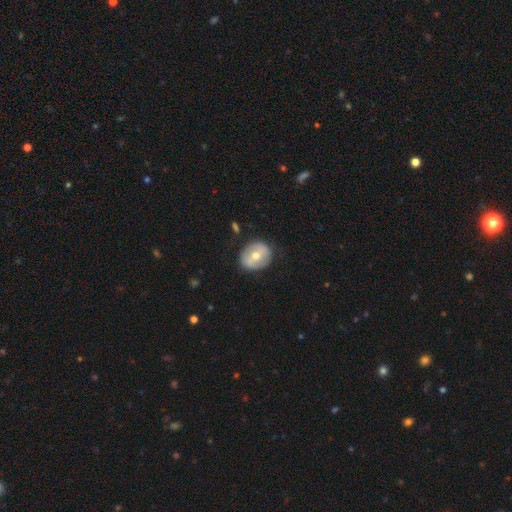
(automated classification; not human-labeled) featured or disk 50%, smooth 44%, star or artifact 6%. Down the decision tree: edge-on disk — no (94%); merging — none (82%).